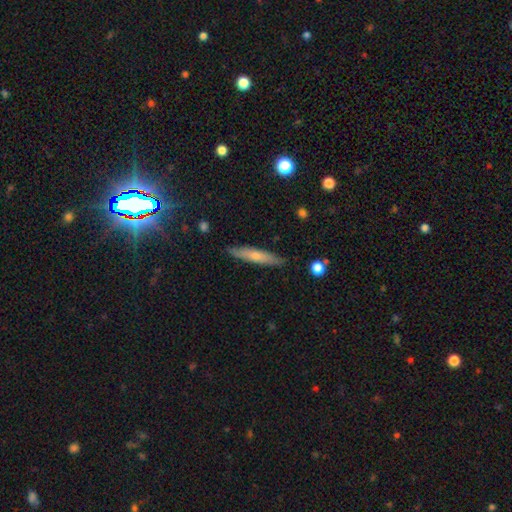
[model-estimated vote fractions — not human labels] A smooth galaxy with no disk features (58%) that is cigar-shaped (90%). Merging: none (87%).